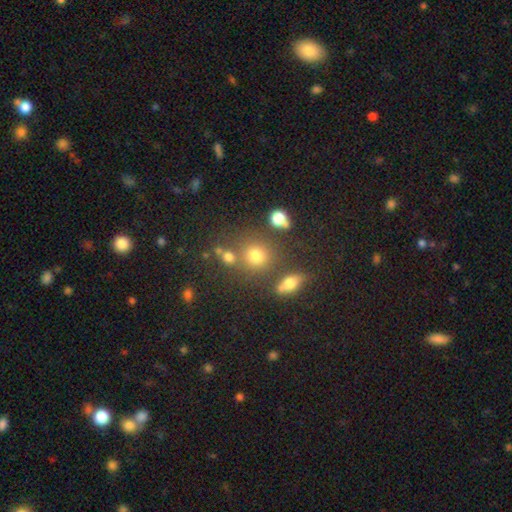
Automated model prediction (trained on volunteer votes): A smooth galaxy with no disk features (70%) that is round (83%).

Vote fractions:
- Smooth or featured? smooth: 70% / star or artifact: 19% / featured or disk: 11%
- How rounded? round: 83% / in between: 15% / cigar-shaped: 1%
- Merging? none: 66% / merger: 17% / minor disturbance: 11% / major disturbance: 5%